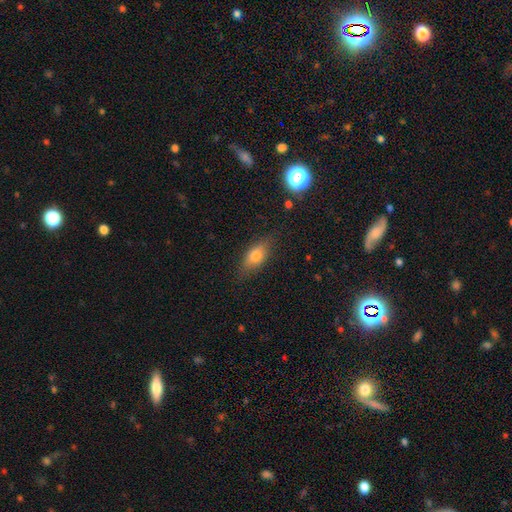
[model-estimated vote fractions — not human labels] smooth 73%, featured or disk 19%, star or artifact 9%. Down the decision tree: how rounded — in between (79%); merging — none (79%).